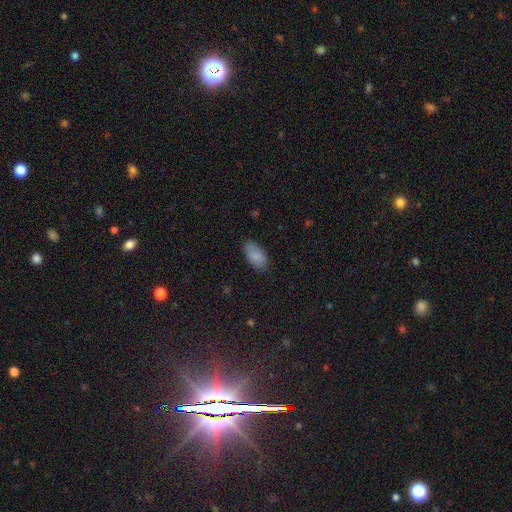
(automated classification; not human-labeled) smooth 87%, star or artifact 7%, featured or disk 6%. Down the decision tree: how rounded — in between (94%); merging — none (79%).